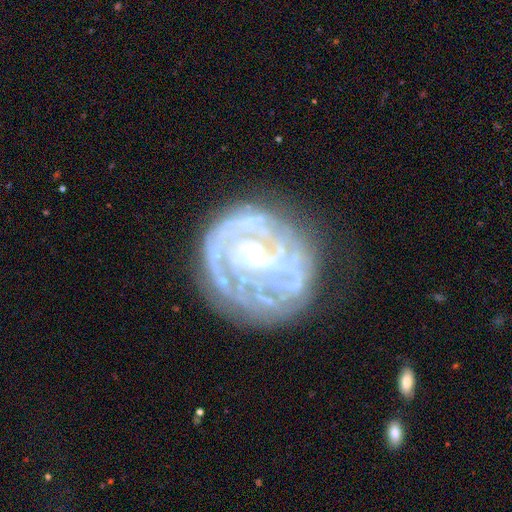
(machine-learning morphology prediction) Smooth or featured: featured or disk — 83% (smooth — 9%)
Edge-on disk: no — 98% (yes — 2%)
Bar: no — 72% (weak — 21%)
Spiral arms: yes — 85% (no — 15%)
Spiral winding: tight — 76% (medium — 18%)
Spiral arm count: can't tell — 43% (2 — 17%)
Bulge size: small — 77% (moderate — 17%)
Merging: none — 66% (minor disturbance — 19%)